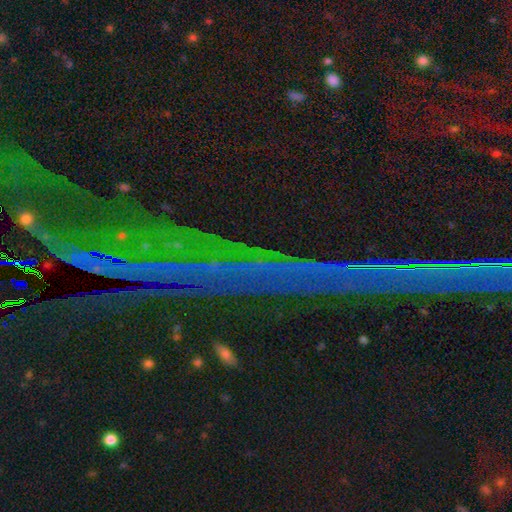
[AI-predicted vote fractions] smooth-or-featured: star or artifact: 86% | featured or disk: 8% | smooth: 6%